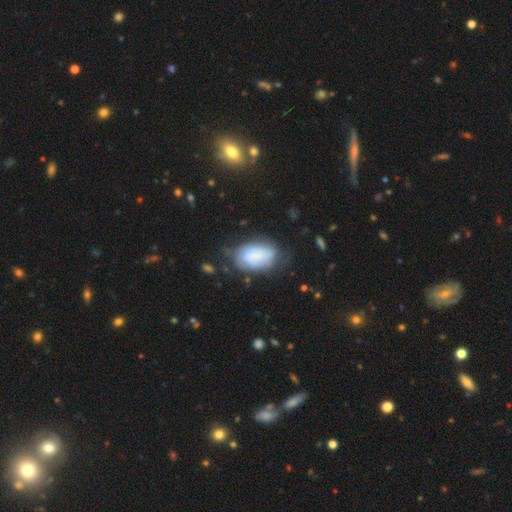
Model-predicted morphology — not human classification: Smooth or featured: smooth — 62% (featured or disk — 30%)
How rounded: in between — 88% (round — 10%)
Merging: none — 51% (minor disturbance — 30%)